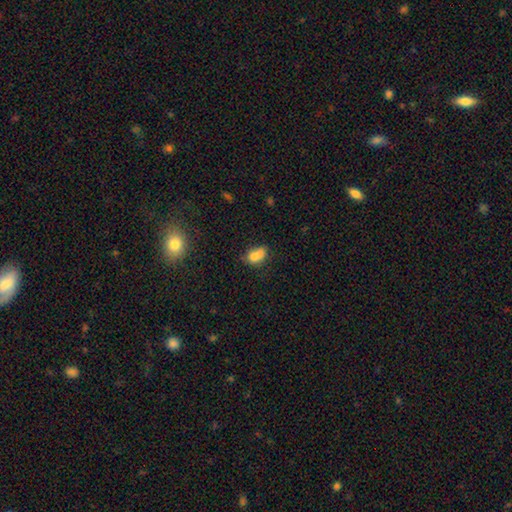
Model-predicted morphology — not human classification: smooth-or-featured: smooth: 73% | featured or disk: 16% | star or artifact: 11%
  how-rounded: in between: 66% | round: 32% | cigar-shaped: 2%
  merging: merger: 49% | none: 29% | minor disturbance: 15% | major disturbance: 7%